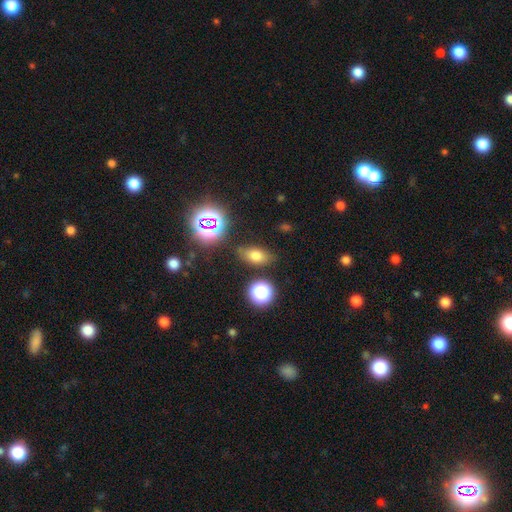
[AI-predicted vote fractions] smooth 69%, star or artifact 19%, featured or disk 12%. Down the decision tree: how rounded — in between (78%); merging — none (79%).